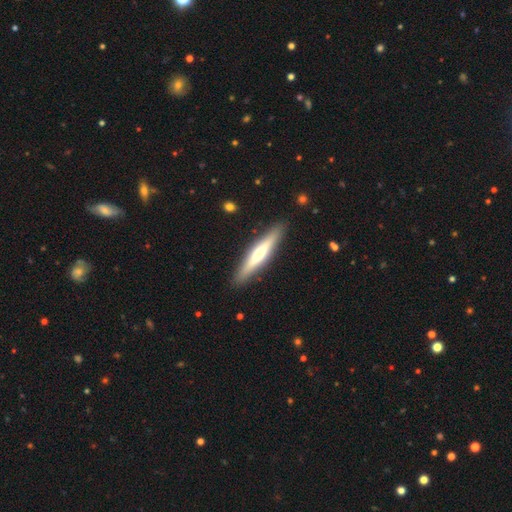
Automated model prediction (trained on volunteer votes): A featured or disk galaxy (54%) viewed edge-on (94%) with a rounded central bulge (84%).

Vote fractions:
- Smooth or featured? featured or disk: 54% / smooth: 41% / star or artifact: 5%
- Edge-on disk? yes: 94% / no: 6%
- Edge-on bulge? rounded: 84% / none: 11% / boxy: 5%
- Merging? none: 90% / minor disturbance: 7% / major disturbance: 2% / merger: 1%